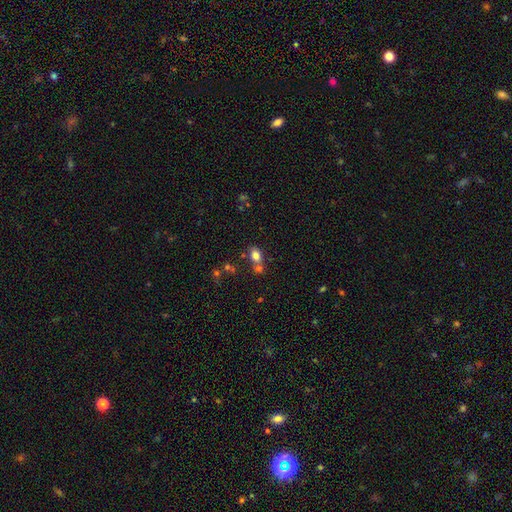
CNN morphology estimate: Overall: smooth (79%). How rounded: in between (72%). Merging: none (52%; merger 31%).